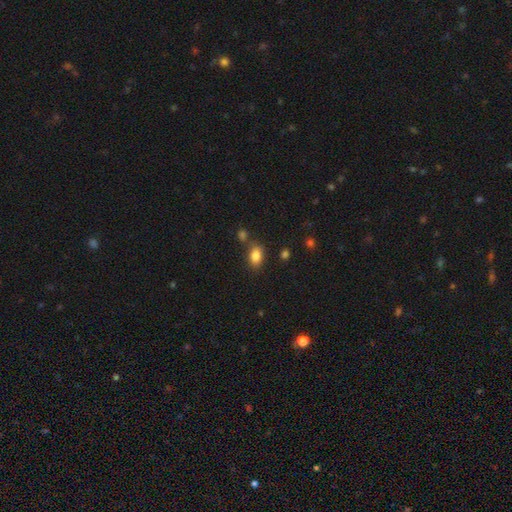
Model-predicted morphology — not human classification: Q: Smooth or featured?
A: smooth (85%); runner-up: star or artifact (10%)
Q: How rounded?
A: in between (84%); runner-up: round (14%)
Q: Merging?
A: none (72%); runner-up: minor disturbance (14%)